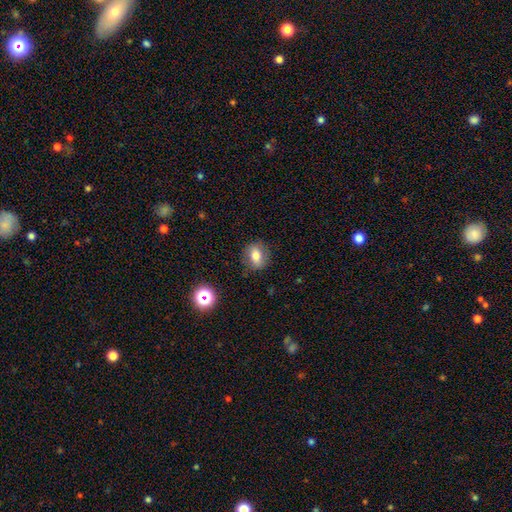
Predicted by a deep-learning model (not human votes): Smooth or featured?
  - smooth: 71% *
  - featured or disk: 17%
  - star or artifact: 11%
How rounded?
  - in between: 51% *
  - round: 47%
  - cigar-shaped: 2%
Merging?
  - none: 83% *
  - minor disturbance: 12%
  - major disturbance: 3%
  - merger: 1%